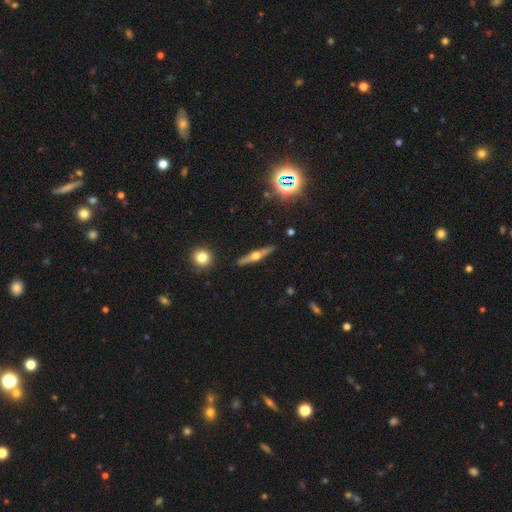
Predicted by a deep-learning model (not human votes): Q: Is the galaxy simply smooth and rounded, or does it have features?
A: featured or disk — 72%.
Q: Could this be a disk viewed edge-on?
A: yes — 97%.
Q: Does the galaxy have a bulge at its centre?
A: rounded — 95%.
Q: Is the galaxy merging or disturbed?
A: none — 89%.